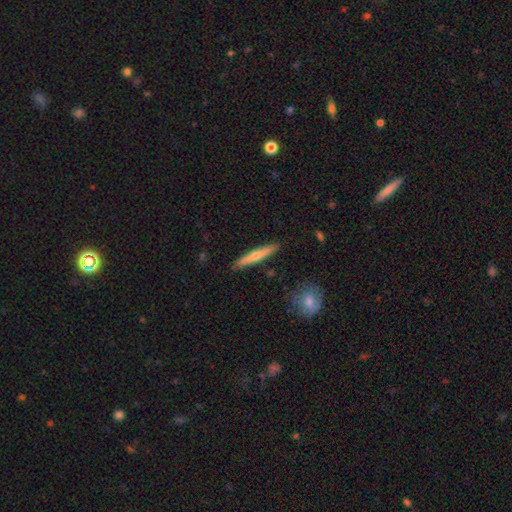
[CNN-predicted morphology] The model was most divided on "smooth or featured": smooth: 57%, featured or disk: 37%, star or artifact: 6%. More confident: how rounded — cigar-shaped (93%); merging — none (89%).